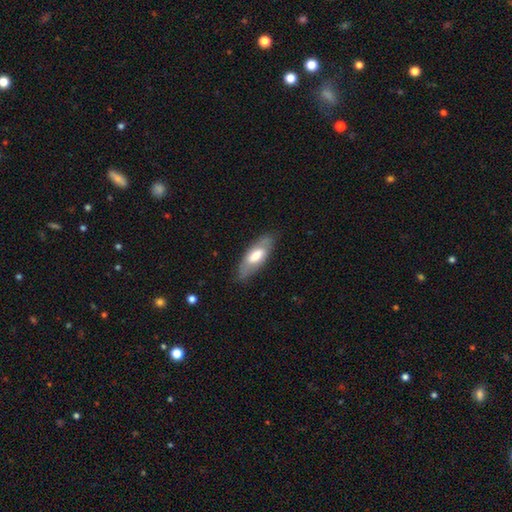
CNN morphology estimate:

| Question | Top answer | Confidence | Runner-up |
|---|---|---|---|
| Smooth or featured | smooth | 56% | featured or disk (39%) |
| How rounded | in between | 75% | cigar-shaped (23%) |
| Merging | none | 78% | minor disturbance (16%) |